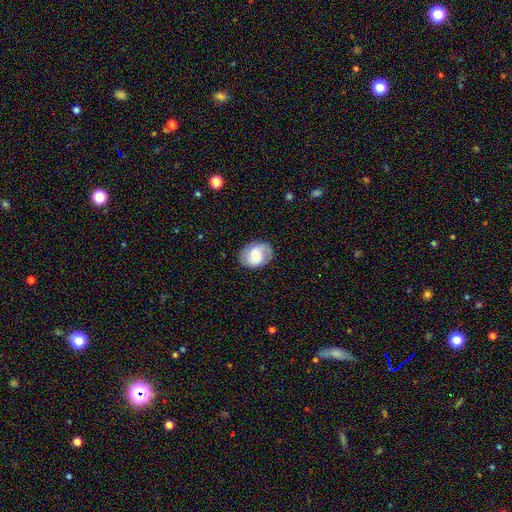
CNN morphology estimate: smooth-or-featured: featured or disk: 54% | smooth: 39% | star or artifact: 7%
  disk-edge-on: no: 97% | yes: 3%
    bar: no: 47% | weak: 42% | strong: 12%
    has-spiral-arms: yes: 85% | no: 15%
    bulge-size: moderate: 45% | small: 32% | large: 16% | none: 5% | dominant: 3%
  merging: none: 78% | minor disturbance: 16% | major disturbance: 5% | merger: 1%